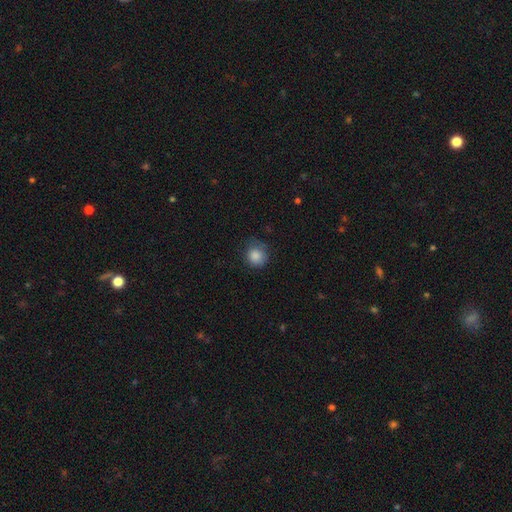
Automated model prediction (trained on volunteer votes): Q: Smooth or featured?
A: smooth (86%); runner-up: star or artifact (9%)
Q: How rounded?
A: round (88%); runner-up: in between (11%)
Q: Merging?
A: none (68%); runner-up: minor disturbance (24%)